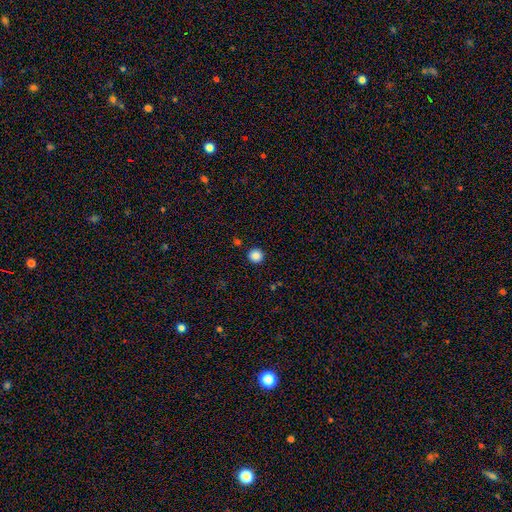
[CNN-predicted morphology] The model was most divided on "smooth or featured": smooth: 87%, star or artifact: 10%, featured or disk: 3%. More confident: how rounded — round (96%); merging — none (92%).